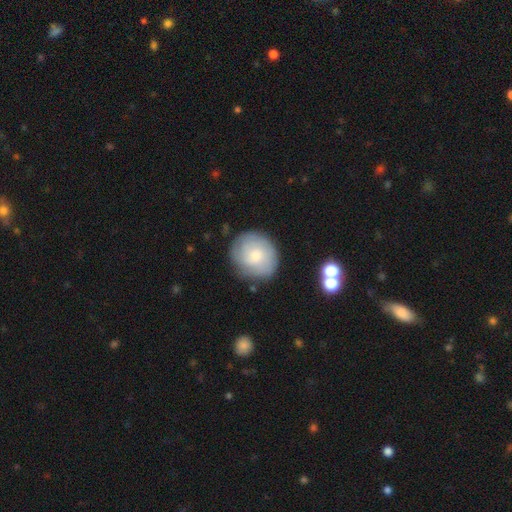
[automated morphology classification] Overall: smooth (53%; featured or disk 40%). How rounded: round (80%). Merging: none (78%).